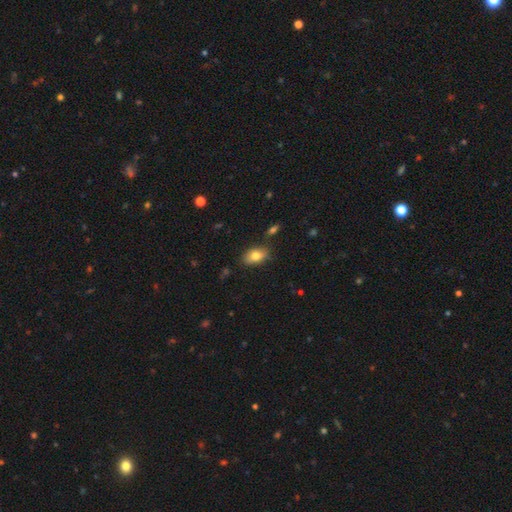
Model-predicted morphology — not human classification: A smooth galaxy with no disk features (79%) that is in between round and cigar-shaped (89%).

Vote fractions:
- Smooth or featured? smooth: 79% / featured or disk: 13% / star or artifact: 8%
- How rounded? in between: 89% / round: 9% / cigar-shaped: 2%
- Merging? none: 79% / minor disturbance: 15% / merger: 3% / major disturbance: 3%